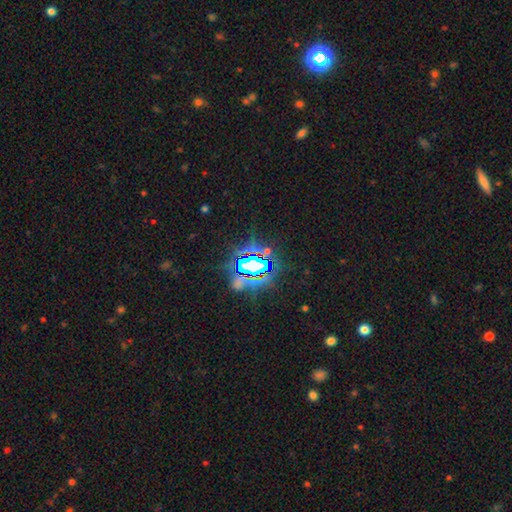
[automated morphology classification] type=star or artifact (78%).